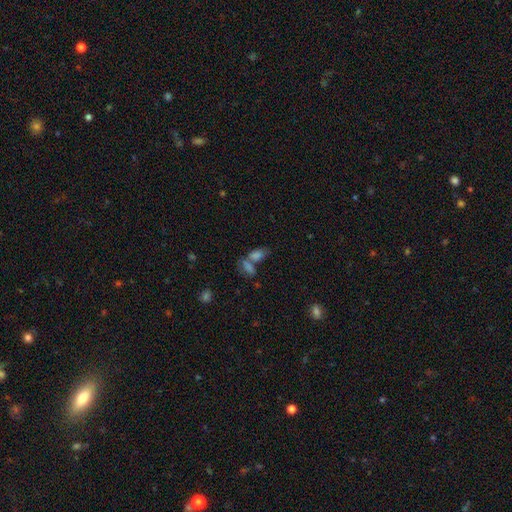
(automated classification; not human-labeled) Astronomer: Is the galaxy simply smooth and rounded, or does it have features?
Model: smooth — 67%.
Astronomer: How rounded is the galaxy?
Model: in between — 80%.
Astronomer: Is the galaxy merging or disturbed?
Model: merger — 48% (runner-up: none, 36%).